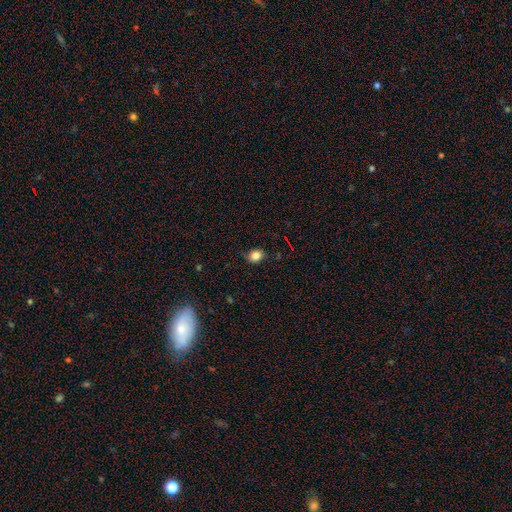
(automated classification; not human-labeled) Smooth or featured: smooth — 82% (star or artifact — 12%)
How rounded: round — 61% (in between — 38%)
Merging: none — 78% (minor disturbance — 17%)